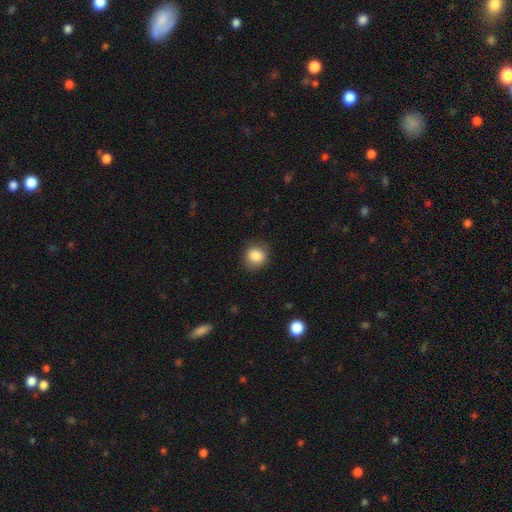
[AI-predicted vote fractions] smooth-or-featured: smooth: 86% | star or artifact: 9% | featured or disk: 5%
  how-rounded: round: 82% | in between: 17% | cigar-shaped: 1%
  merging: none: 85% | minor disturbance: 11% | major disturbance: 3% | merger: 1%